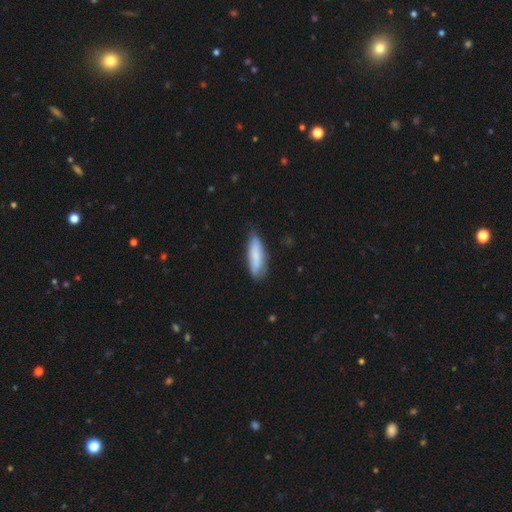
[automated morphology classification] Smooth or featured: smooth — 78% (featured or disk — 16%)
How rounded: cigar-shaped — 58% (in between — 40%)
Merging: none — 68% (minor disturbance — 26%)